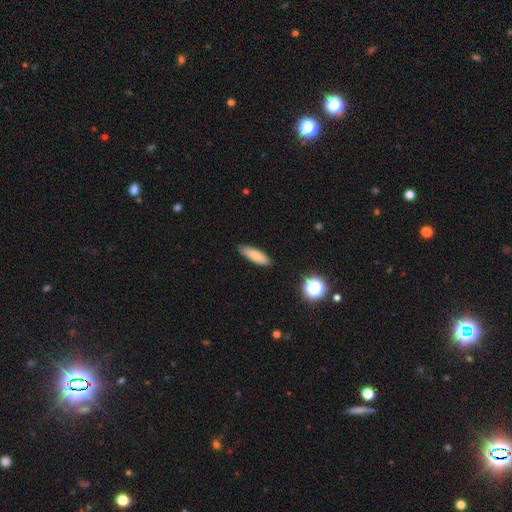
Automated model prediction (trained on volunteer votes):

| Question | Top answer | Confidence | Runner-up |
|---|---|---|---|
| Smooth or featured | smooth | 84% | featured or disk (9%) |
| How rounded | cigar-shaped | 51% | in between (47%) |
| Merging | none | 86% | minor disturbance (11%) |